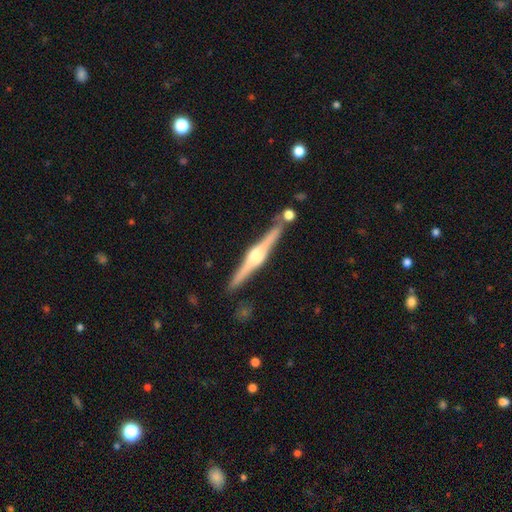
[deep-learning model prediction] The model was most divided on "smooth or featured": featured or disk: 84%, smooth: 11%, star or artifact: 5%. More confident: edge-on disk — yes (98%); edge-on bulge — rounded (86%); merging — none (85%).